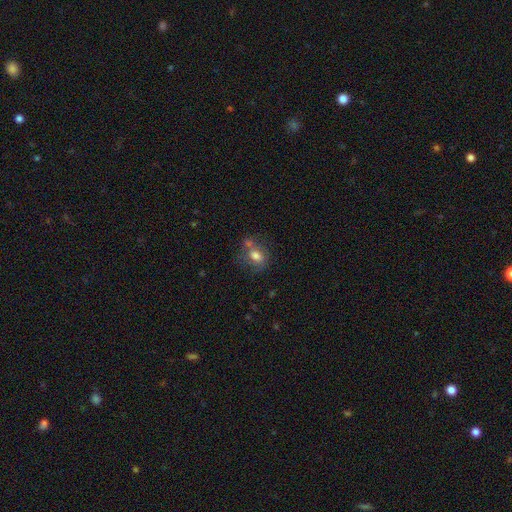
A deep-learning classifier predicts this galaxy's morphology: smooth-or-featured: smooth: 72% | featured or disk: 18% | star or artifact: 10%
  how-rounded: in between: 63% | round: 35% | cigar-shaped: 2%
  merging: none: 48% | merger: 24% | minor disturbance: 19% | major disturbance: 9%